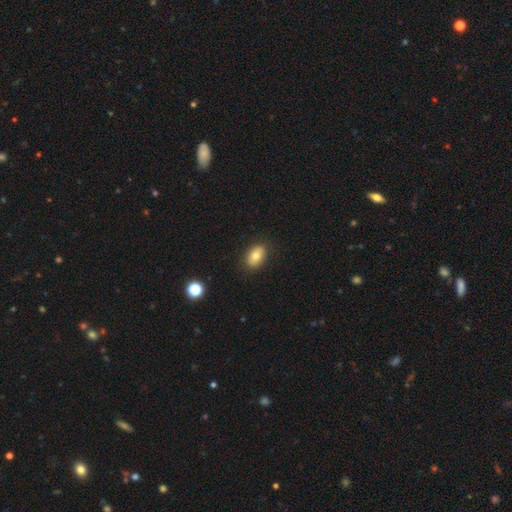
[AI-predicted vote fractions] Smooth or featured? smooth (78%)
How rounded? in between (85%)
Merging? none (86%)